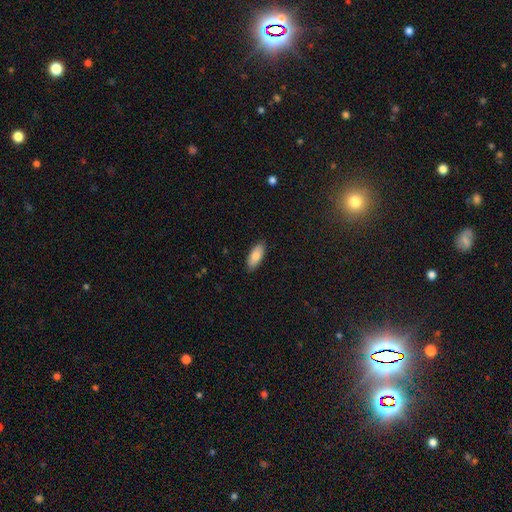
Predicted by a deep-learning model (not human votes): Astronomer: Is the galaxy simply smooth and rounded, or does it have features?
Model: smooth — 83%.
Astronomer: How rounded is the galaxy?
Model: in between — 84%.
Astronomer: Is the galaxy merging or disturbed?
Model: none — 87%.